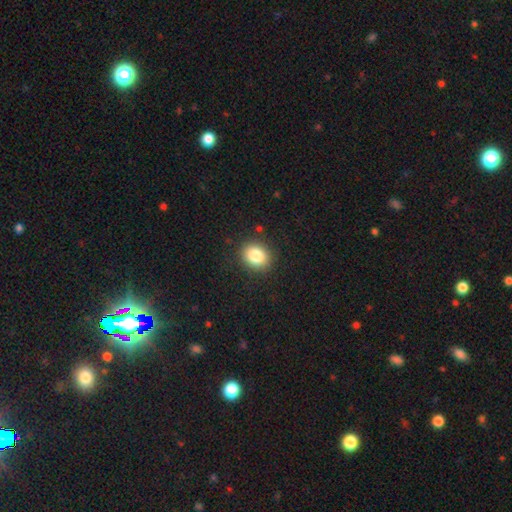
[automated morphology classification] smooth-or-featured: smooth: 84% | star or artifact: 10% | featured or disk: 6%
  how-rounded: round: 66% | in between: 33% | cigar-shaped: 1%
  merging: none: 89% | minor disturbance: 8% | major disturbance: 3% | merger: 1%